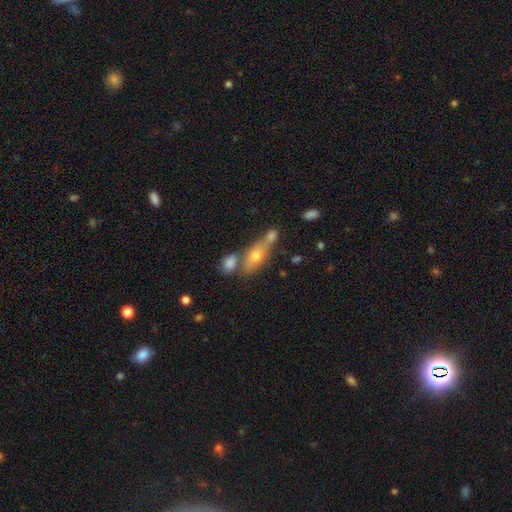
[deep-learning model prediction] Smooth or featured: smooth — 38% (featured or disk — 37%)
Merging: merger — 43% (none — 38%)